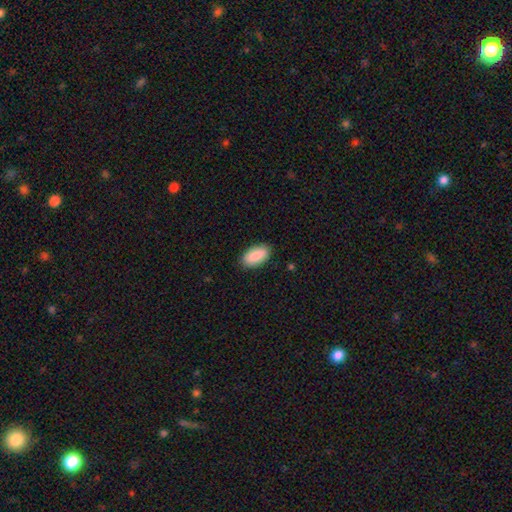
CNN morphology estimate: A smooth galaxy with no disk features (89%) that is in between round and cigar-shaped (92%). Merging: none (88%).